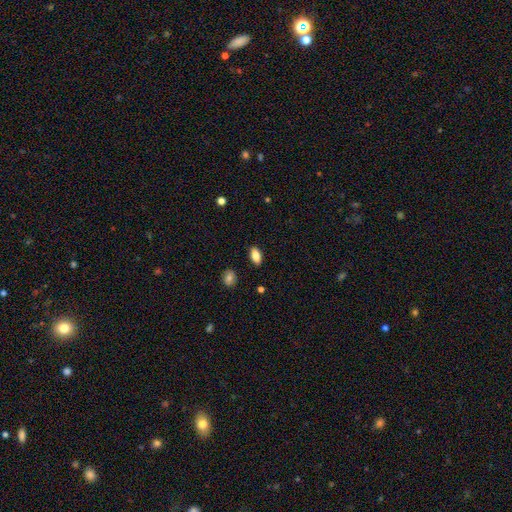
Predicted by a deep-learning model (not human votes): Smooth or featured? Predicted: smooth (p=0.83). How rounded? Predicted: in between (p=0.90). Merging? Predicted: none (p=0.88).